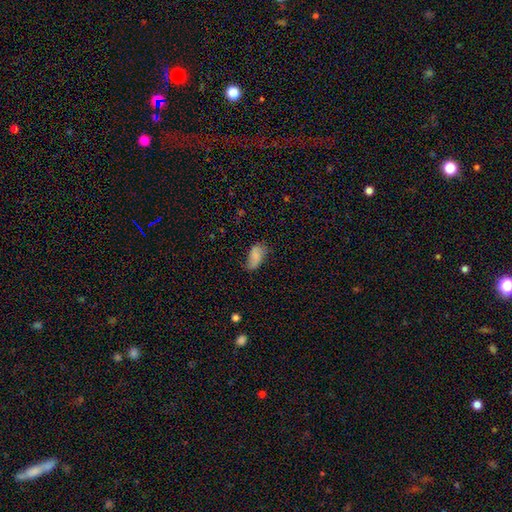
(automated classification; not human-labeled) smooth-or-featured: smooth: 75% | featured or disk: 16% | star or artifact: 8%
  how-rounded: in between: 93% | round: 3% | cigar-shaped: 3%
  merging: none: 54% | minor disturbance: 33% | major disturbance: 10% | merger: 2%